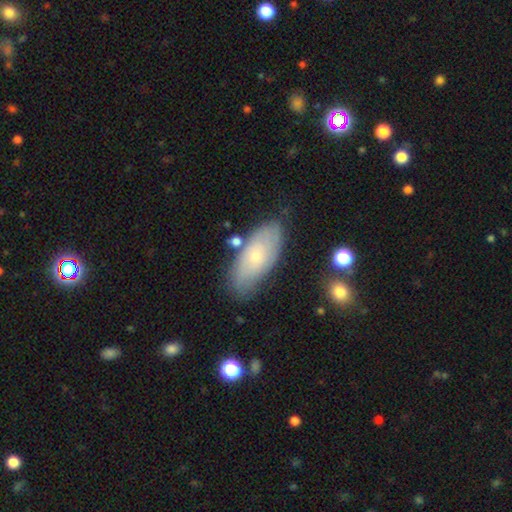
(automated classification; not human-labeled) smooth 53%, featured or disk 41%, star or artifact 7%. Down the decision tree: how rounded — in between (87%); merging — none (74%).